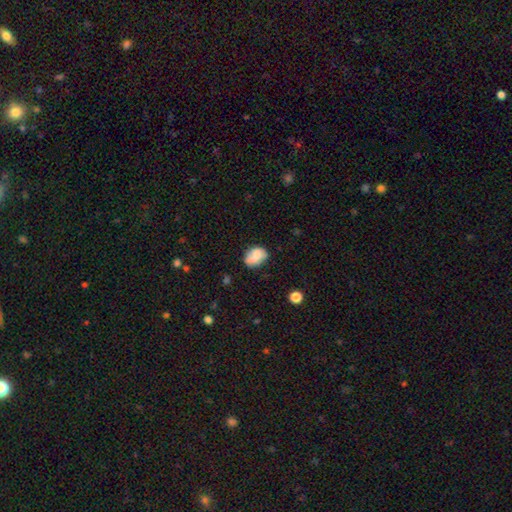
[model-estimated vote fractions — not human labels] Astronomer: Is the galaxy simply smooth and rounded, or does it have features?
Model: smooth — 74%.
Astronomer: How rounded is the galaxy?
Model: in between — 68%.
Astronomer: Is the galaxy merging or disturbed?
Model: none — 59%.